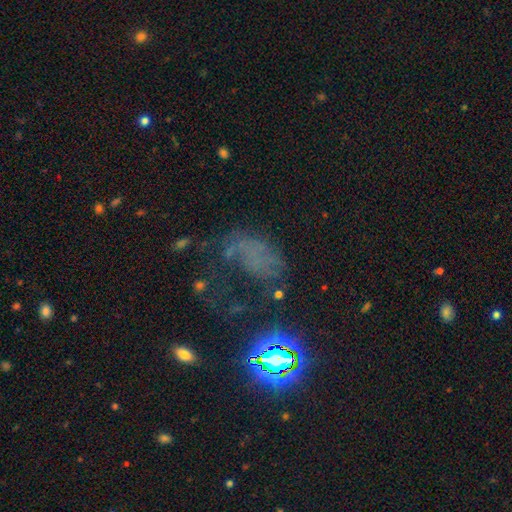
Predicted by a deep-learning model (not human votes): A star or artifact, not a galaxy (44%).

Vote fractions:
- Smooth or featured? star or artifact: 44% / smooth: 29% / featured or disk: 27%